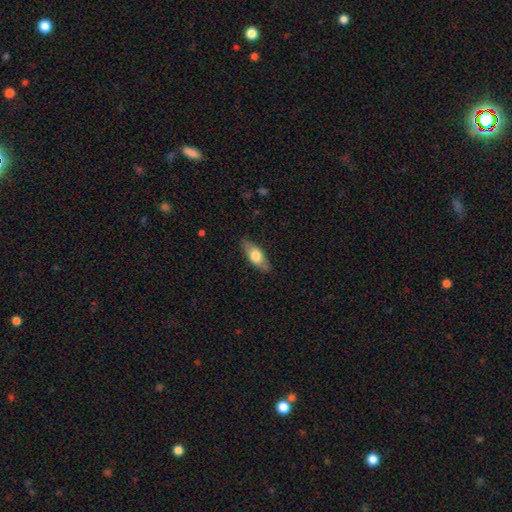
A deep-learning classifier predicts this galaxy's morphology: A smooth galaxy with no disk features (63%) that is in between round and cigar-shaped (74%). Merging: none (83%).